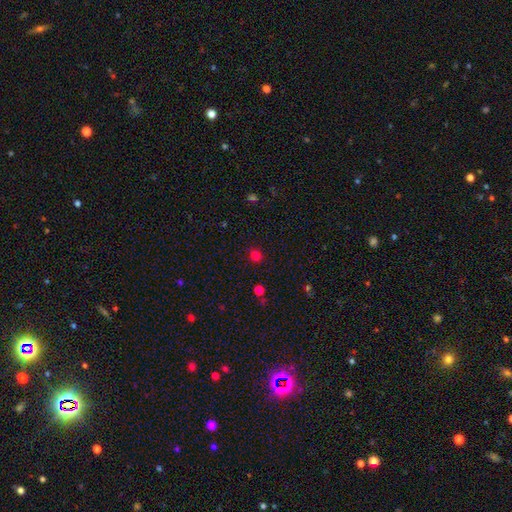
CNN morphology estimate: Smooth or featured? Predicted: smooth (p=0.76). How rounded? Predicted: round (p=0.81). Merging? Predicted: none (p=0.87).